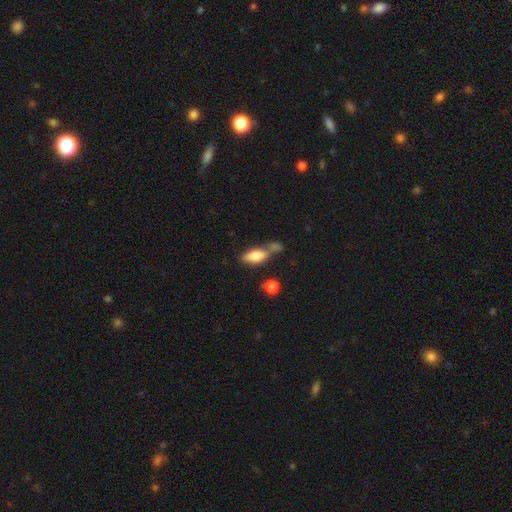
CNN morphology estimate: A smooth galaxy with no disk features (76%) that is in between round and cigar-shaped (77%).

Vote fractions:
- Smooth or featured? smooth: 76% / featured or disk: 17% / star or artifact: 8%
- How rounded? in between: 77% / cigar-shaped: 19% / round: 4%
- Merging? none: 39% / merger: 35% / minor disturbance: 18% / major disturbance: 8%